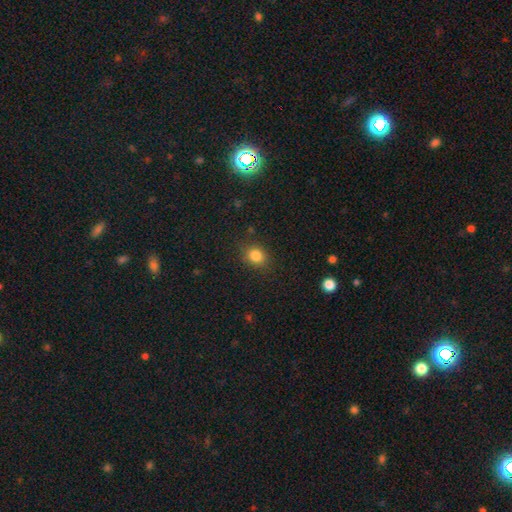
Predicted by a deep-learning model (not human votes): This appears to be a smooth galaxy with no disk features (84%) that is round (66%). Merging: none (85%).